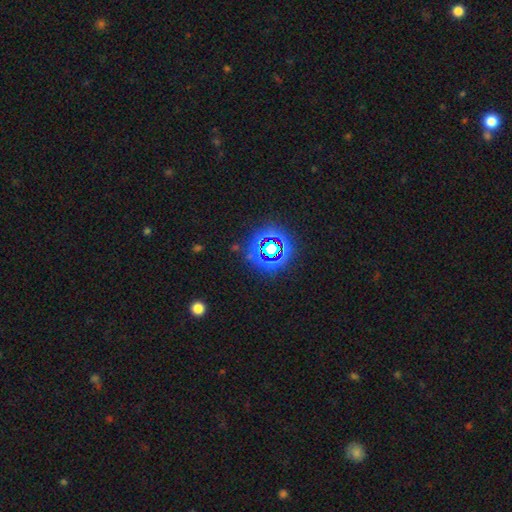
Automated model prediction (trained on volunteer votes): smooth_or_featured: star or artifact (p=0.49) [alt: smooth p=0.41]